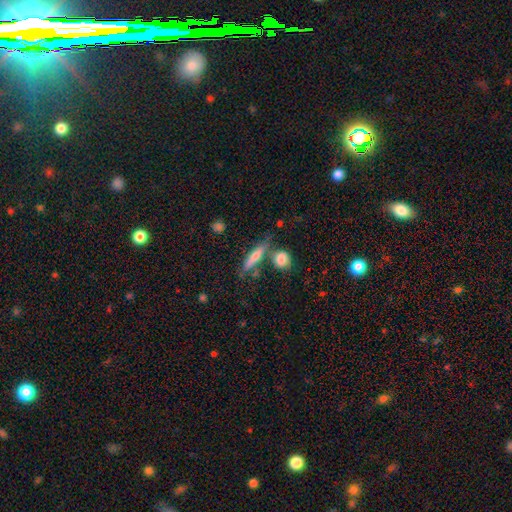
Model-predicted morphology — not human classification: Smooth or featured: smooth — 59% (featured or disk — 34%)
How rounded: cigar-shaped — 79% (in between — 17%)
Merging: none — 65% (merger — 16%)